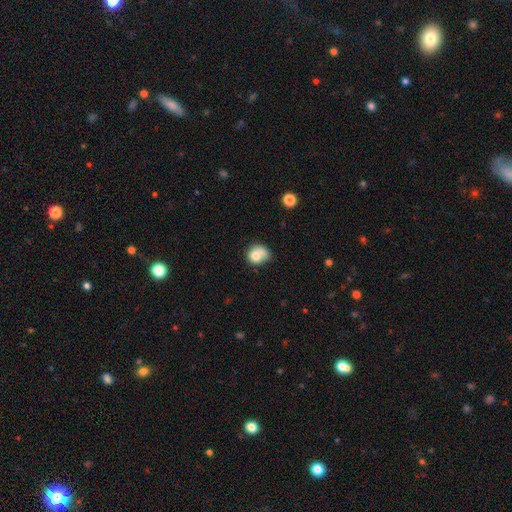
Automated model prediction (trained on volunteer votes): A smooth galaxy with no disk features (73%) that is round (71%).

Vote fractions:
- Smooth or featured? smooth: 73% / featured or disk: 18% / star or artifact: 10%
- How rounded? round: 71% / in between: 28% / cigar-shaped: 1%
- Merging? none: 40% / minor disturbance: 24% / merger: 23% / major disturbance: 13%